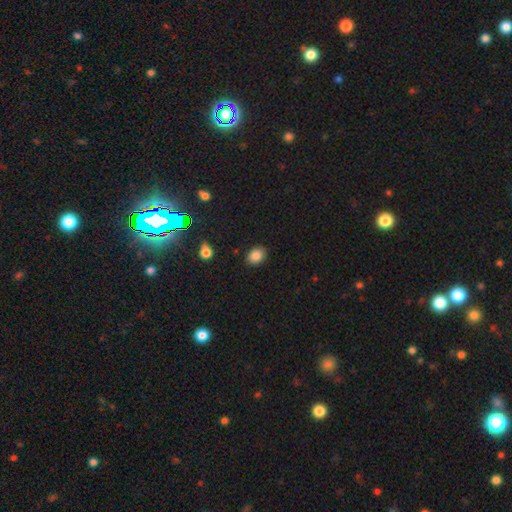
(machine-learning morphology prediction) This appears to be a smooth galaxy with no disk features (84%) that is in between round and cigar-shaped (57%). Merging: none (87%).